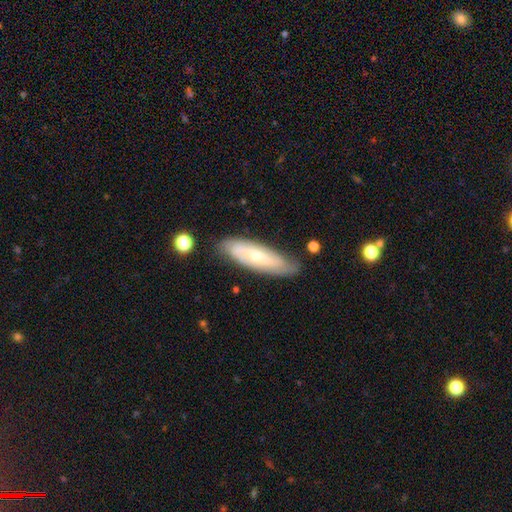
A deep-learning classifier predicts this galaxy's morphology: Overall: featured or disk (56%; smooth 38%). Edge-on disk: no (72%). Merging: none (76%).